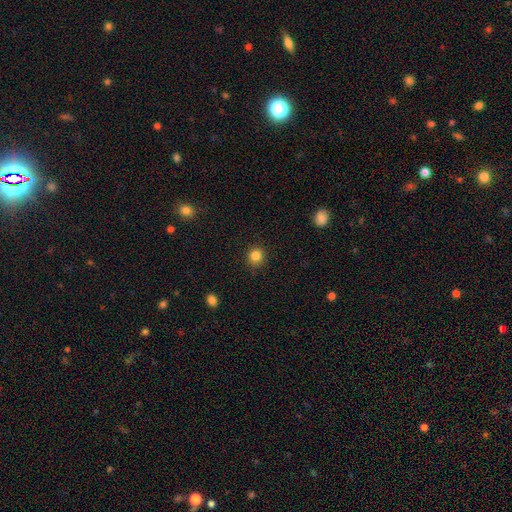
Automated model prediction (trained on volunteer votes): This is clearly a smooth galaxy (84%). How rounded: clearly round (91%). Merging: clearly none (89%).